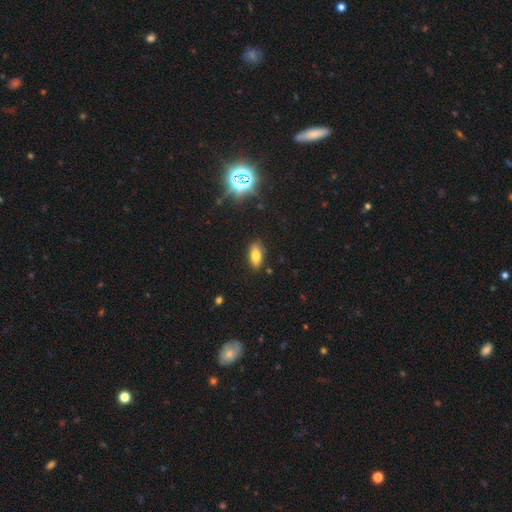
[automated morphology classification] type=smooth (77%); roundness=in between (88%); merging=none (84%).